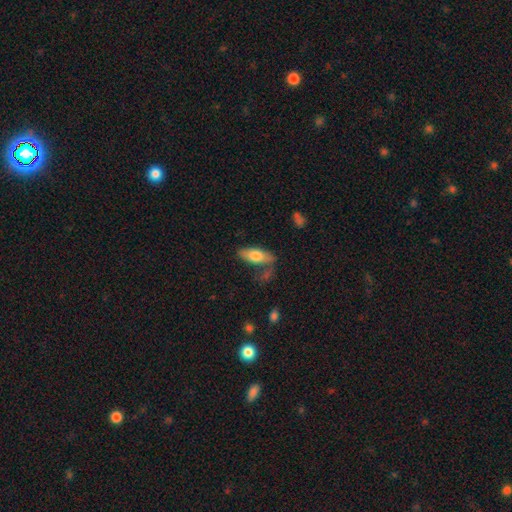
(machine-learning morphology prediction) A smooth galaxy with no disk features (71%) that is in between round and cigar-shaped (70%).

Vote fractions:
- Smooth or featured? smooth: 71% / featured or disk: 23% / star or artifact: 6%
- How rounded? in between: 70% / cigar-shaped: 27% / round: 3%
- Merging? none: 62% / minor disturbance: 20% / merger: 10% / major disturbance: 8%